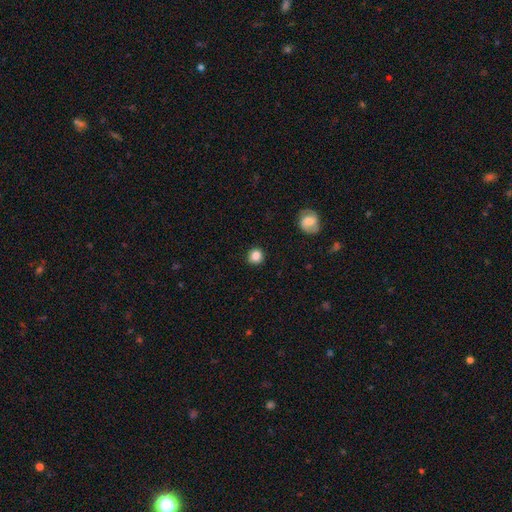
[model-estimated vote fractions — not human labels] A smooth galaxy with no disk features (86%) that is round (90%).

Vote fractions:
- Smooth or featured? smooth: 86% / star or artifact: 10% / featured or disk: 5%
- How rounded? round: 90% / in between: 9% / cigar-shaped: 1%
- Merging? none: 89% / minor disturbance: 7% / major disturbance: 2% / merger: 1%